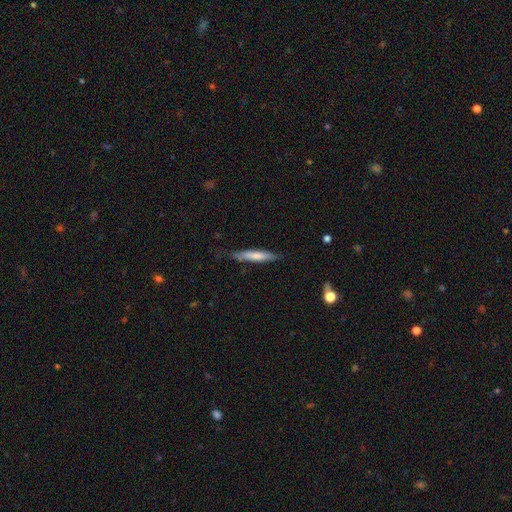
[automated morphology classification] A smooth galaxy with no disk features (67%) that is cigar-shaped (90%). Merging: none (75%).